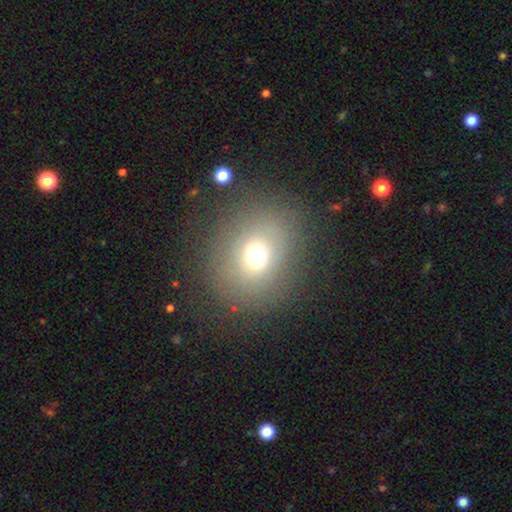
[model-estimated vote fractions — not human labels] The model was most divided on "how rounded": round: 69%, in between: 30%, cigar-shaped: 1%. More confident: merging — none (81%); smooth or featured — smooth (67%).